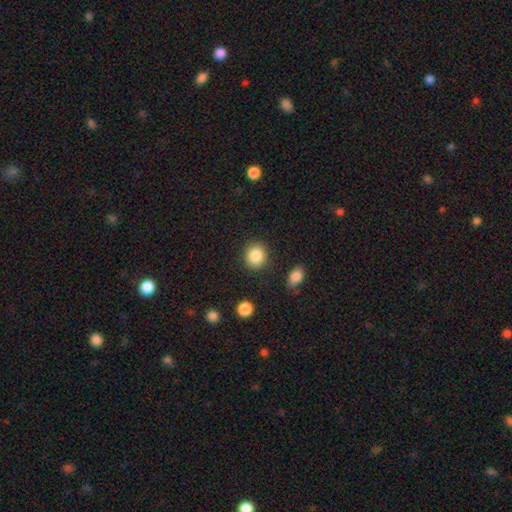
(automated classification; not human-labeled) Smooth or featured?
  - smooth: 87% *
  - star or artifact: 9%
  - featured or disk: 5%
How rounded?
  - round: 80% *
  - in between: 19%
  - cigar-shaped: 1%
Merging?
  - none: 87% *
  - minor disturbance: 8%
  - major disturbance: 3%
  - merger: 2%